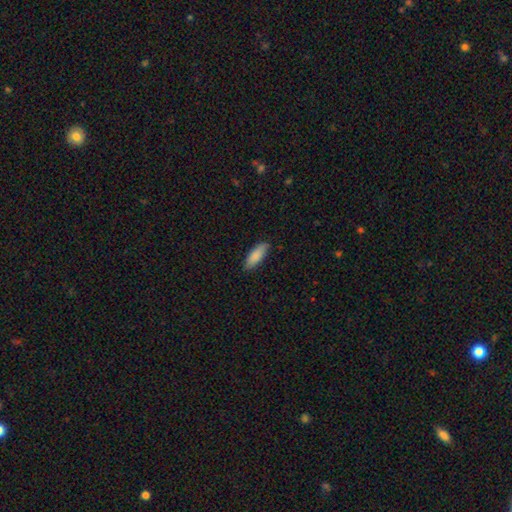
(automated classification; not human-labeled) The model was most divided on "how rounded": in between: 67%, cigar-shaped: 31%, round: 2%. More confident: smooth or featured — smooth (86%); merging — none (83%).